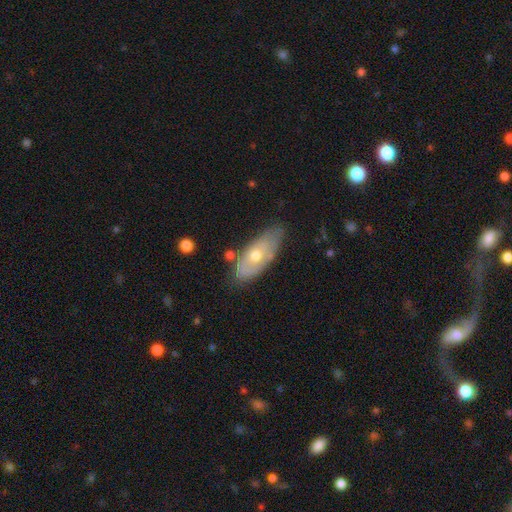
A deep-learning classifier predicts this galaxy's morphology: Smooth or featured? Predicted: smooth (p=0.50). How rounded? Predicted: in between (p=0.81). Merging? Predicted: none (p=0.63).